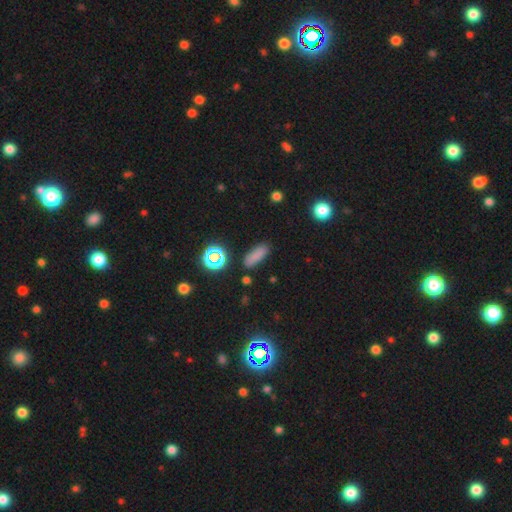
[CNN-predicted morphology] Q: Smooth or featured?
A: smooth (76%); runner-up: star or artifact (17%)
Q: How rounded?
A: in between (56%); runner-up: cigar-shaped (38%)
Q: Merging?
A: none (82%); runner-up: minor disturbance (12%)